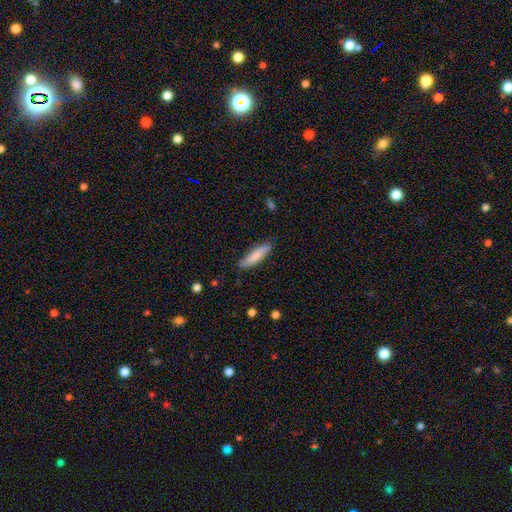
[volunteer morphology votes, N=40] This appears to be a smooth galaxy with no disk features (70%) that is cigar-shaped (93%). Merging: none (78%).